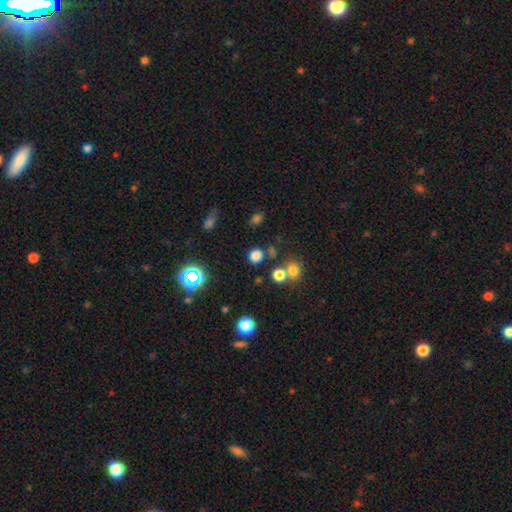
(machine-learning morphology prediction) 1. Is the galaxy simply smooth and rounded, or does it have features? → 75% smooth, 20% star or artifact, 5% featured or disk.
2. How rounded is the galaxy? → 88% round, 11% in between, 1% cigar-shaped.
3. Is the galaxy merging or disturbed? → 78% none, 11% merger, 8% minor disturbance, 4% major disturbance.